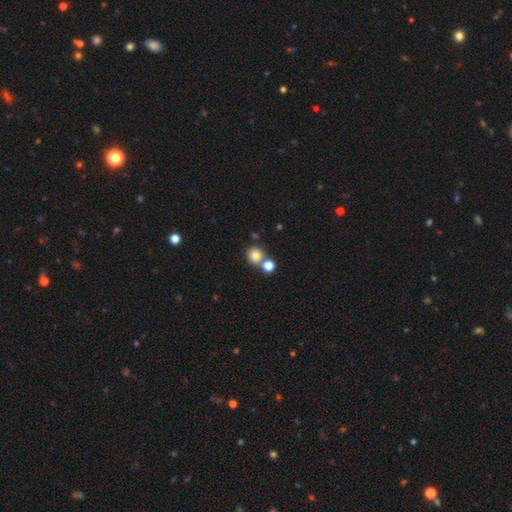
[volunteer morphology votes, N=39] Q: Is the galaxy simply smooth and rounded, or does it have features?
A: smooth — 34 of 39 (87%).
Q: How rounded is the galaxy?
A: round — 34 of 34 (100%).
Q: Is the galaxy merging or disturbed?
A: none — 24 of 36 (67%).